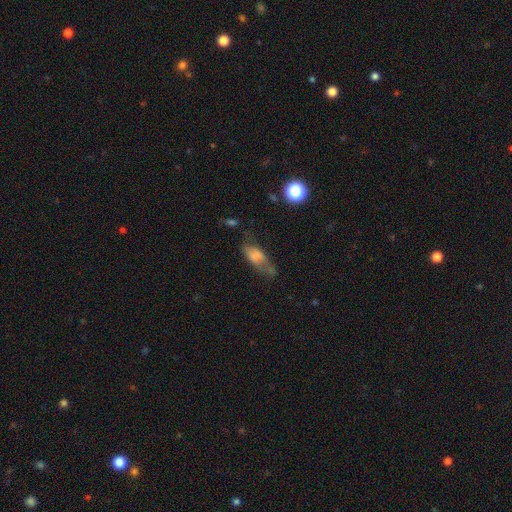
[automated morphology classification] Smooth or featured? smooth (61%)
How rounded? in between (72%)
Merging? none (37%)